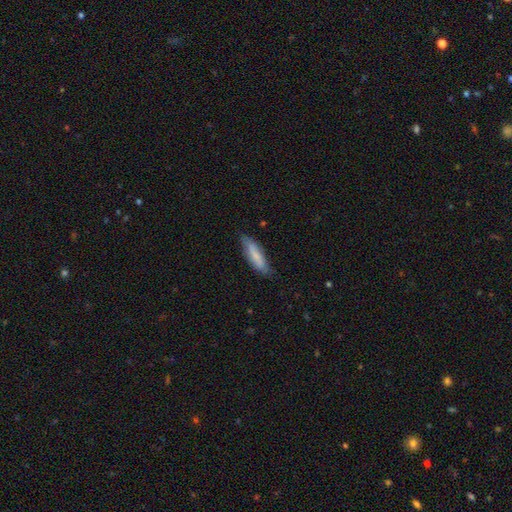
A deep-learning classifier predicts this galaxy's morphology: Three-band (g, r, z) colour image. It shows a smooth galaxy with no disk features (71%) that is cigar-shaped (67%). Merging: none (75%).